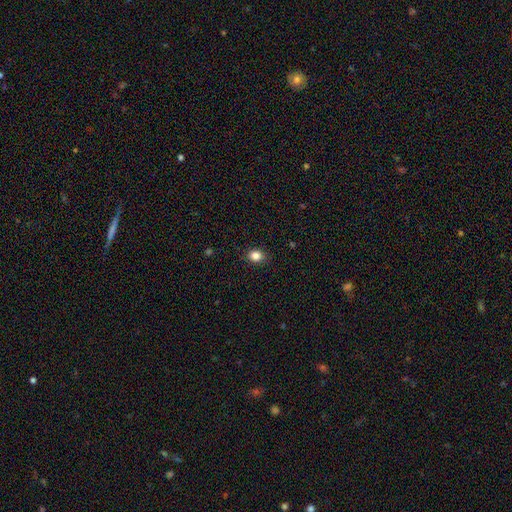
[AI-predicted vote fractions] smooth_or_featured: smooth (p=0.84) [alt: star or artifact p=0.11]
how_rounded: round (p=0.56) [alt: in between p=0.43]
merging: none (p=0.88) [alt: minor disturbance p=0.09]